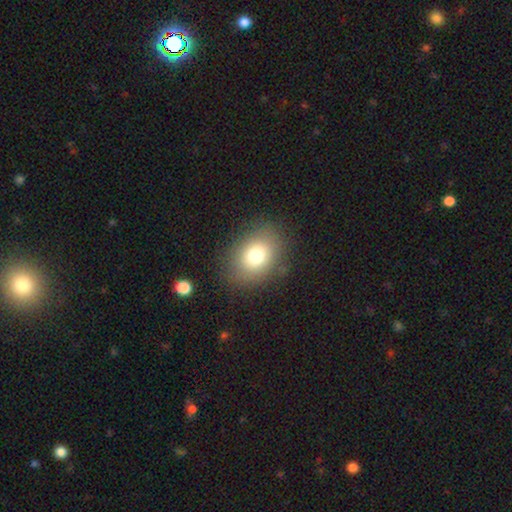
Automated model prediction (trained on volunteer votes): Smooth or featured: smooth — 78% (star or artifact — 11%)
How rounded: in between — 62% (round — 37%)
Merging: none — 84% (minor disturbance — 11%)